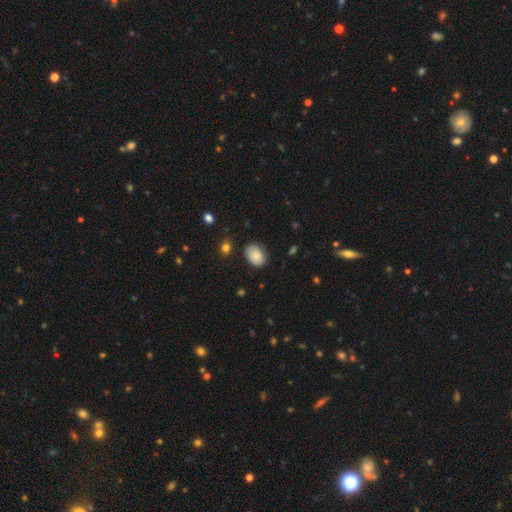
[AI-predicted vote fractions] This appears to be a smooth galaxy with no disk features (81%) that is in between round and cigar-shaped (75%). Merging: none (77%).